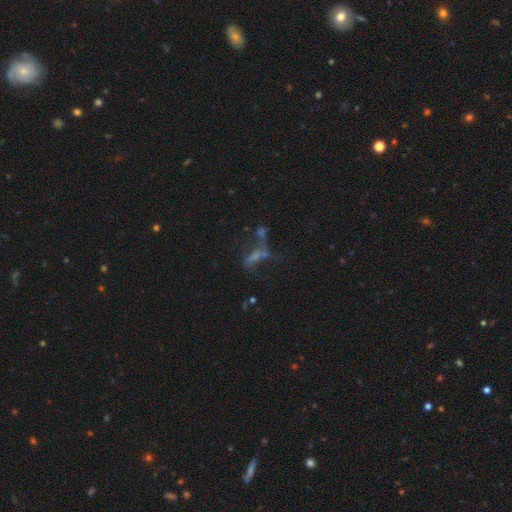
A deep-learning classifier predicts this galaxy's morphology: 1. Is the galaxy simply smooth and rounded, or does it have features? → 36% featured or disk, 35% star or artifact, 29% smooth.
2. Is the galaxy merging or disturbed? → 36% none, 27% merger, 22% major disturbance, 14% minor disturbance.